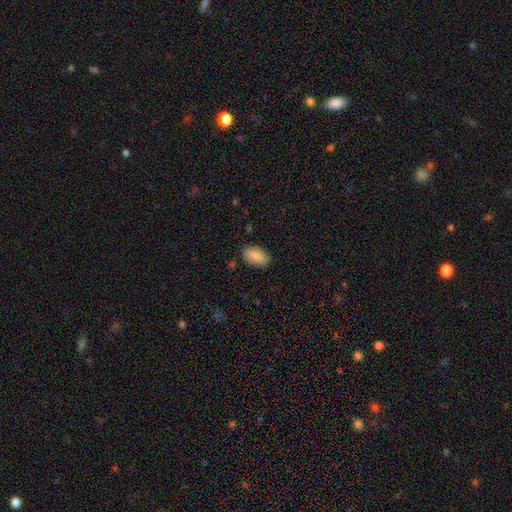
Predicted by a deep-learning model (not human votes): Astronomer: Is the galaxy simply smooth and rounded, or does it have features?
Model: smooth — 84%.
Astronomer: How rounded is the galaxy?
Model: in between — 93%.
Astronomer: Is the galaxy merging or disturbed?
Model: none — 85%.